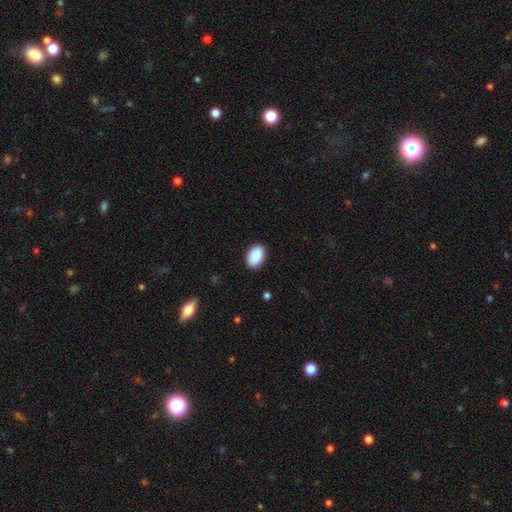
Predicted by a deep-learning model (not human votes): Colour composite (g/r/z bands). It shows a smooth galaxy with no disk features (90%) that is in between round and cigar-shaped (91%). Merging: none (89%).